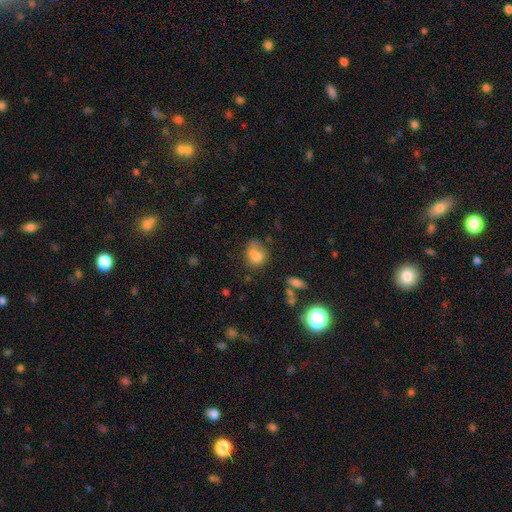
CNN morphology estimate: Overall: smooth (74%). How rounded: in between (55%; round 44%). Merging: none (41%; minor disturbance 26%).